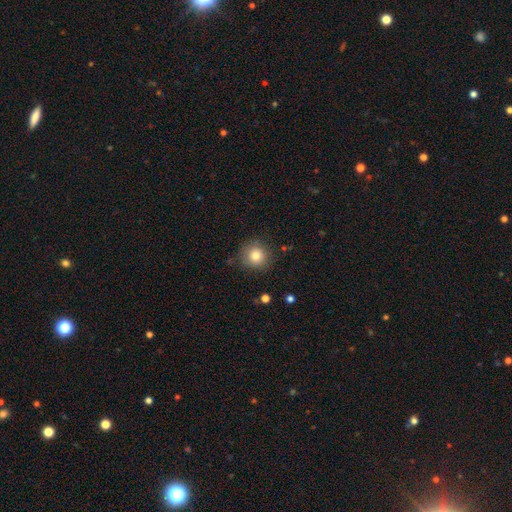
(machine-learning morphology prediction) This is clearly a smooth galaxy (81%). How rounded: clearly round (92%). Merging: clearly none (84%).